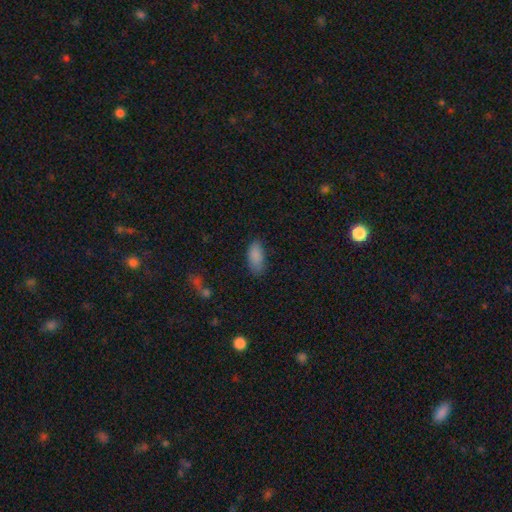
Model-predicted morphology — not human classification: Smooth or featured: smooth — 87% (star or artifact — 8%)
How rounded: in between — 89% (cigar-shaped — 8%)
Merging: none — 73% (minor disturbance — 20%)